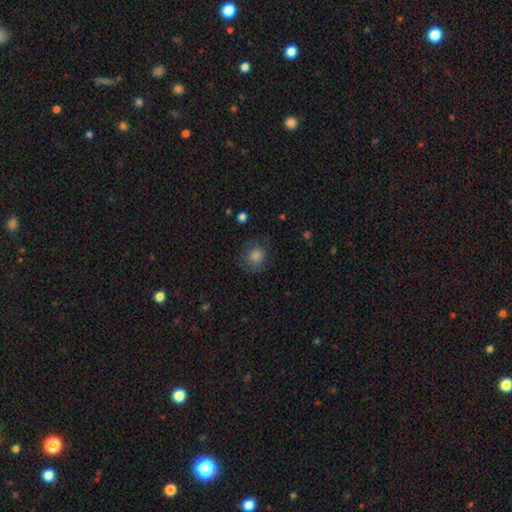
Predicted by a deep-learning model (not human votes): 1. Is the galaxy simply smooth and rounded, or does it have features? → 79% smooth, 13% star or artifact, 9% featured or disk.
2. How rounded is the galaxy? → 82% round, 17% in between, 1% cigar-shaped.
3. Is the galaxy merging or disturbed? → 78% none, 15% minor disturbance, 6% major disturbance, 1% merger.